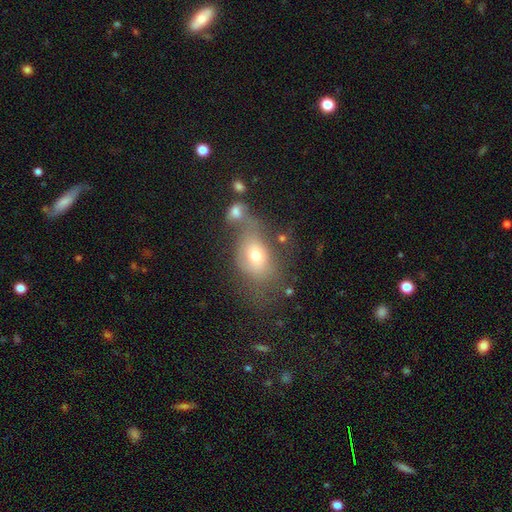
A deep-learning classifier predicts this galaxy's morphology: smooth-or-featured: smooth: 66% | featured or disk: 23% | star or artifact: 11%
  how-rounded: in between: 73% | round: 26% | cigar-shaped: 2%
  merging: merger: 34% | none: 26% | major disturbance: 23% | minor disturbance: 17%